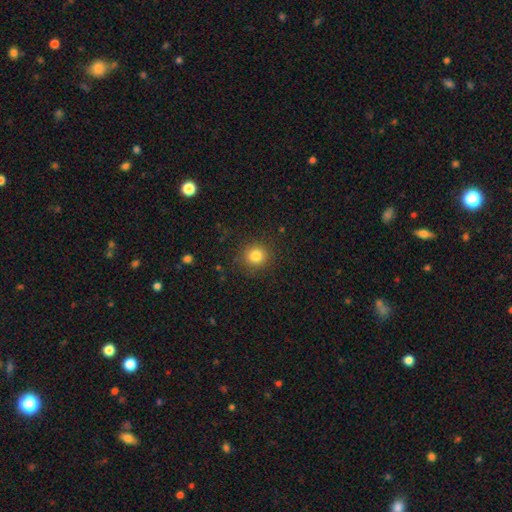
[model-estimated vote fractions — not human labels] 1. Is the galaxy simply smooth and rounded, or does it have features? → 82% smooth, 12% star or artifact, 6% featured or disk.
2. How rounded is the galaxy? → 91% round, 9% in between, 1% cigar-shaped.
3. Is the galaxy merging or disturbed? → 88% none, 8% minor disturbance, 3% major disturbance, 1% merger.